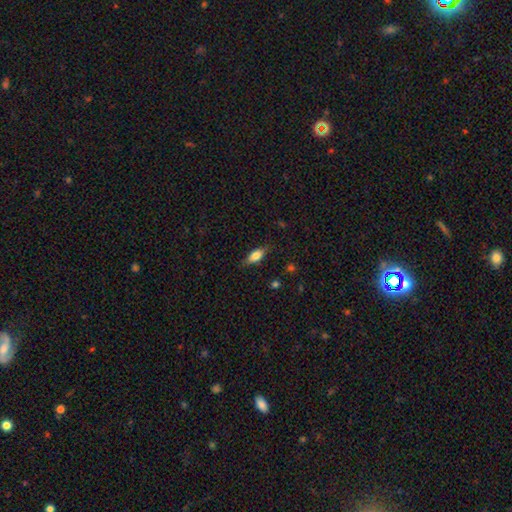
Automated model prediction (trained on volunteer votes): A smooth galaxy with no disk features (71%) that is in between round and cigar-shaped (75%).

Vote fractions:
- Smooth or featured? smooth: 71% / featured or disk: 21% / star or artifact: 7%
- How rounded? in between: 75% / cigar-shaped: 21% / round: 4%
- Merging? none: 82% / minor disturbance: 14% / major disturbance: 3% / merger: 1%